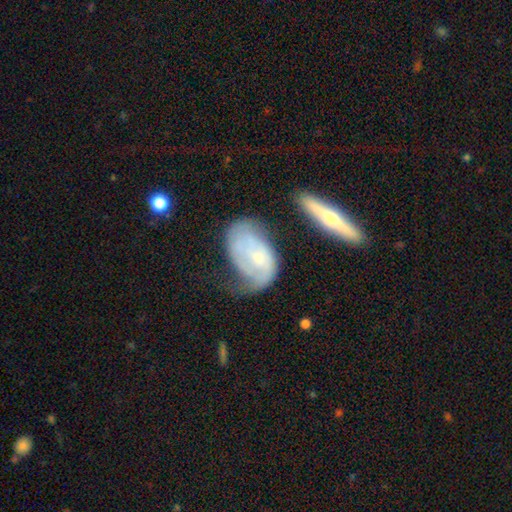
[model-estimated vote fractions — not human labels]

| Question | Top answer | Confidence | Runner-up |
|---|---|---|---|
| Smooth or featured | featured or disk | 63% | smooth (30%) |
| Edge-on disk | no | 93% | yes (7%) |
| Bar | no | 69% | weak (25%) |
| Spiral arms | yes | 74% | no (26%) |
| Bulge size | small | 64% | moderate (24%) |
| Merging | major disturbance | 32% | none (31%) |